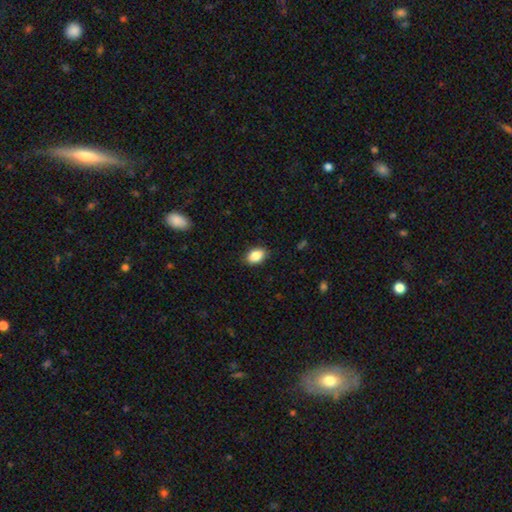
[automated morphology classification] A smooth galaxy with no disk features (87%) that is in between round and cigar-shaped (88%). Merging: none (87%).